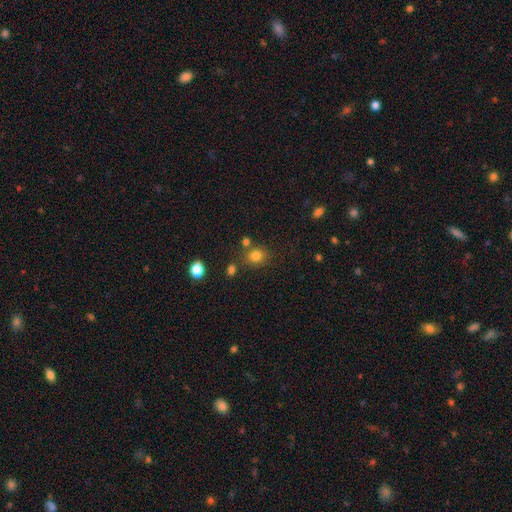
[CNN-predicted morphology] type=smooth (80%); roundness=round (70%); merging=none (74%).